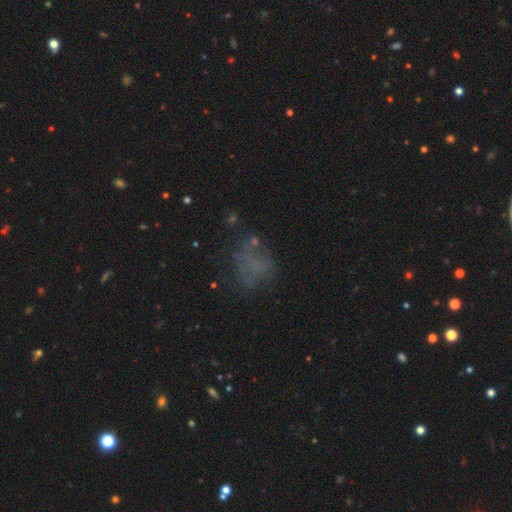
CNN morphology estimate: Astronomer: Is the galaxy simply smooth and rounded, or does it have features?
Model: smooth — 44% (runner-up: star or artifact, 34%).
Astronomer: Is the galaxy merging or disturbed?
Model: none — 56%.